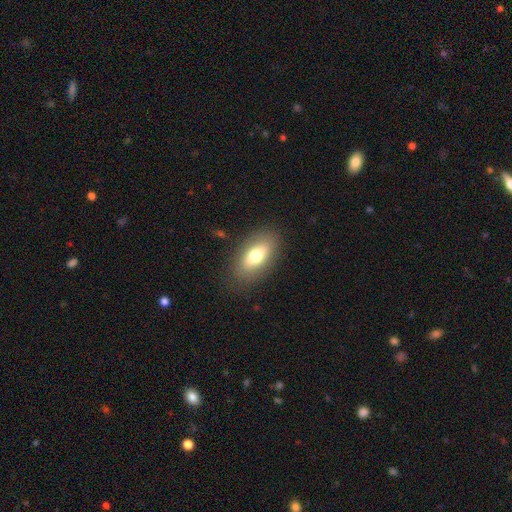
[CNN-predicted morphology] This appears to be a smooth galaxy with no disk features (71%) that is in between round and cigar-shaped (89%). Merging: none (83%).